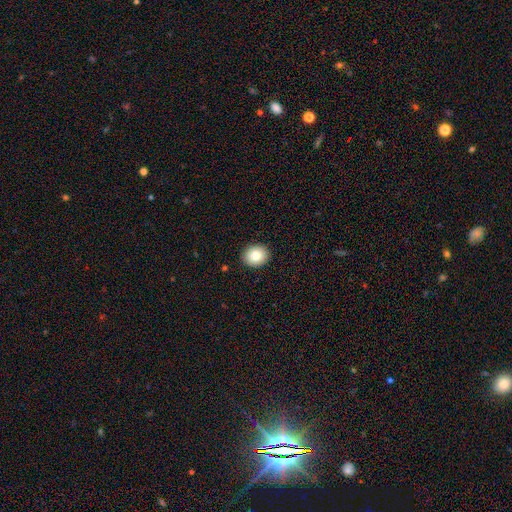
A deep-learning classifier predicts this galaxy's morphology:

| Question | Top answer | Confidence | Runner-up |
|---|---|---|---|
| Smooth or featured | smooth | 81% | featured or disk (9%) |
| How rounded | round | 72% | in between (27%) |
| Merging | none | 91% | minor disturbance (6%) |